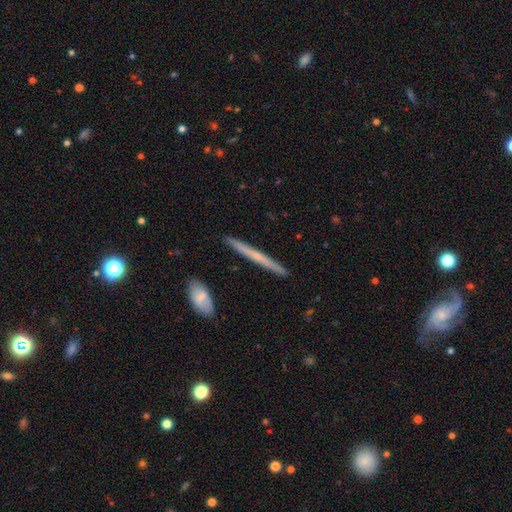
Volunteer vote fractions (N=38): smooth_or_featured: smooth (p=0.50) [alt: featured or disk p=0.47]
how_rounded: cigar-shaped (p=0.84) [alt: in between p=0.11]
merging: none (p=0.92) [alt: minor disturbance p=0.08]